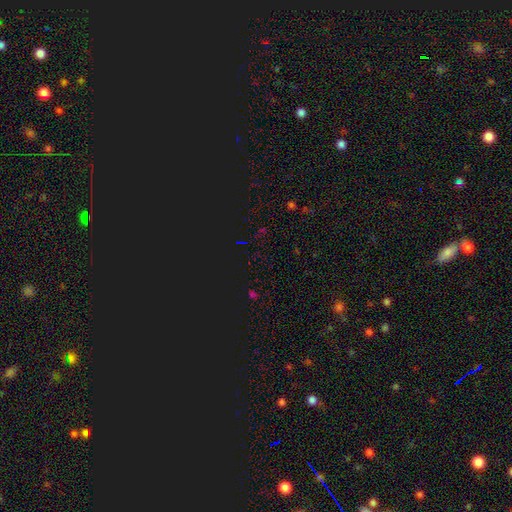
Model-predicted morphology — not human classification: The model was most divided on "smooth or featured": star or artifact: 77%, smooth: 17%, featured or disk: 7%.